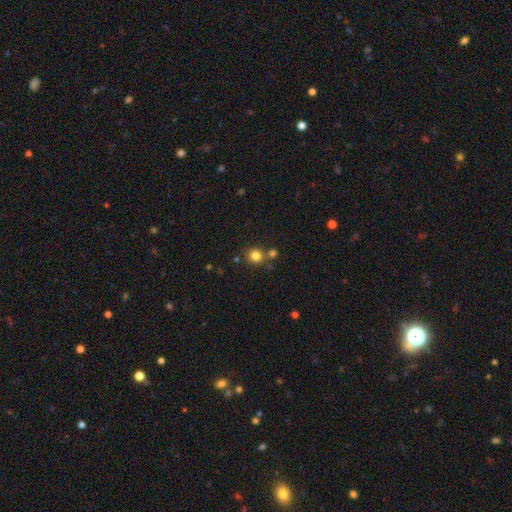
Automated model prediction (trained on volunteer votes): Smooth or featured? smooth (81%)
How rounded? round (88%)
Merging? none (73%)